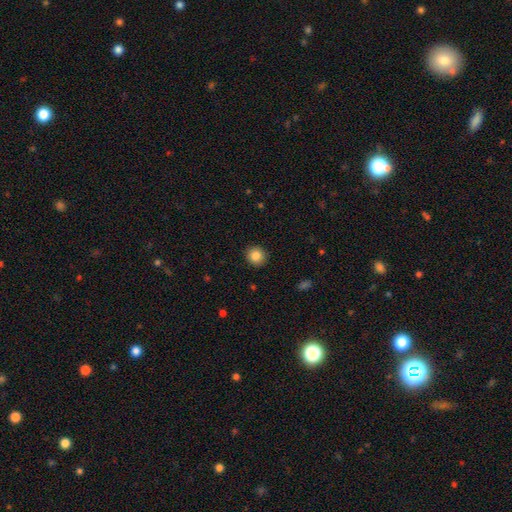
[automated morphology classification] smooth_or_featured: smooth (p=0.85) [alt: star or artifact p=0.10]
how_rounded: round (p=0.91) [alt: in between p=0.08]
merging: none (p=0.92) [alt: minor disturbance p=0.06]